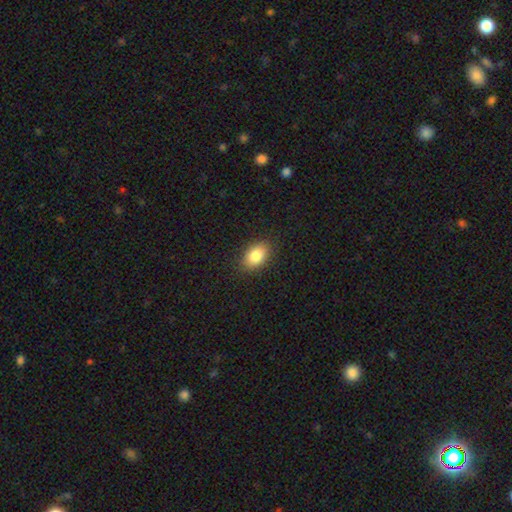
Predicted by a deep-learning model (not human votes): Overall: smooth (84%). How rounded: in between (84%). Merging: none (87%).